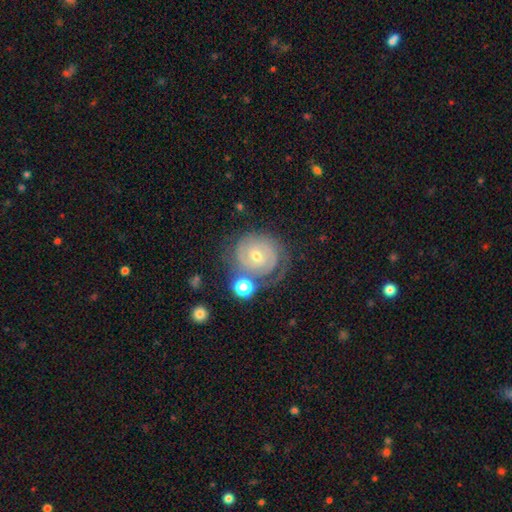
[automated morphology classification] A featured or disk galaxy (83%) with no bar (58%), 2 (55%) tight (76%) spiral arms (95%) and a small central bulge (54%). Merging: none (67%).